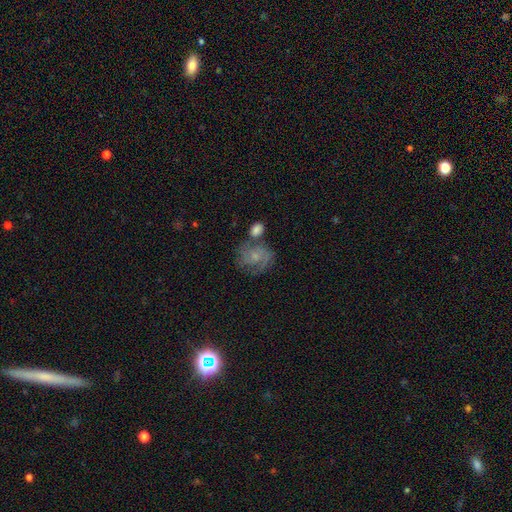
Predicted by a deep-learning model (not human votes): Q: Smooth or featured?
A: featured or disk (67%); runner-up: smooth (24%)
Q: Edge-on disk?
A: no (98%); runner-up: yes (2%)
Q: Bar?
A: no (68%); runner-up: weak (28%)
Q: Spiral arms?
A: yes (91%); runner-up: no (9%)
Q: Spiral winding?
A: medium (45%); runner-up: tight (41%)
Q: Spiral arm count?
A: 2 (53%); runner-up: can't tell (20%)
Q: Bulge size?
A: small (60%); runner-up: moderate (26%)
Q: Merging?
A: none (55%); runner-up: minor disturbance (18%)